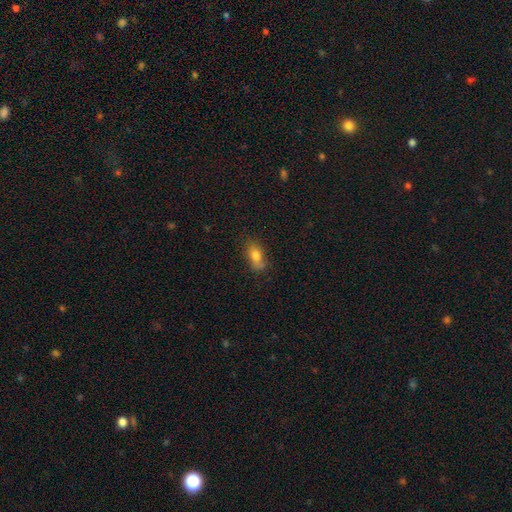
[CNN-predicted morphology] This is likely a smooth galaxy (78%). How rounded: clearly in between (81%). Merging: likely none (65%).